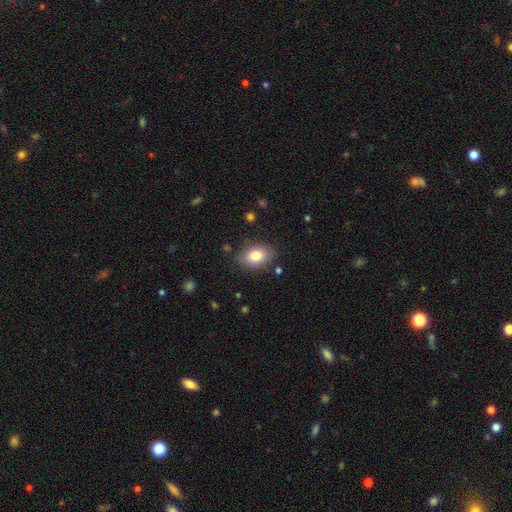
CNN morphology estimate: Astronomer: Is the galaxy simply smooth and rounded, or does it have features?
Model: smooth — 82%.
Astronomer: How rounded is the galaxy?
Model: in between — 82%.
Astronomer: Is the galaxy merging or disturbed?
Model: none — 83%.